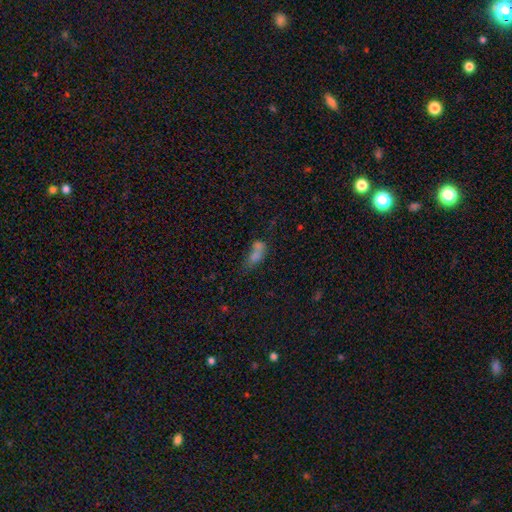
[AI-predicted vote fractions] This appears to be a smooth galaxy with no disk features (66%) that is in between round and cigar-shaped (70%). Merging: merger (59%).